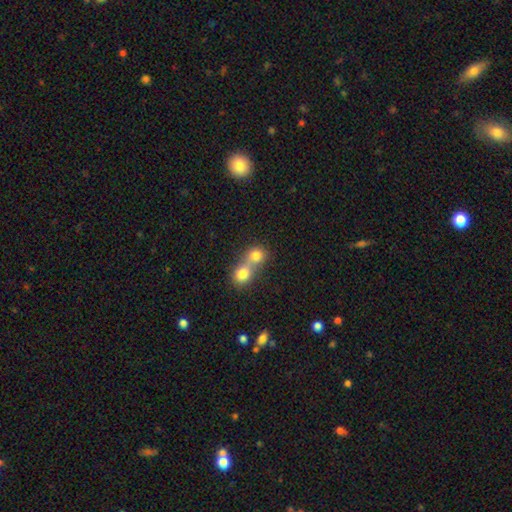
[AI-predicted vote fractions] A smooth galaxy with no disk features (78%) that is round (80%). Merging: merger (69%).